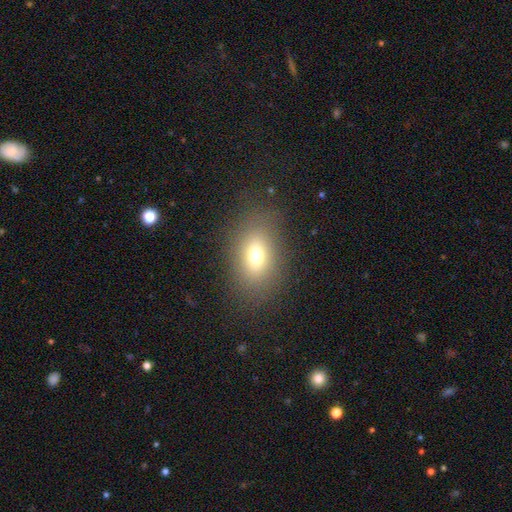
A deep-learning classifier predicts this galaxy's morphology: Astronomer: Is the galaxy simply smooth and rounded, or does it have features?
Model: smooth — 72%.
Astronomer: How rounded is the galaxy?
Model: in between — 75%.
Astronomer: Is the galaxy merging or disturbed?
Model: none — 82%.